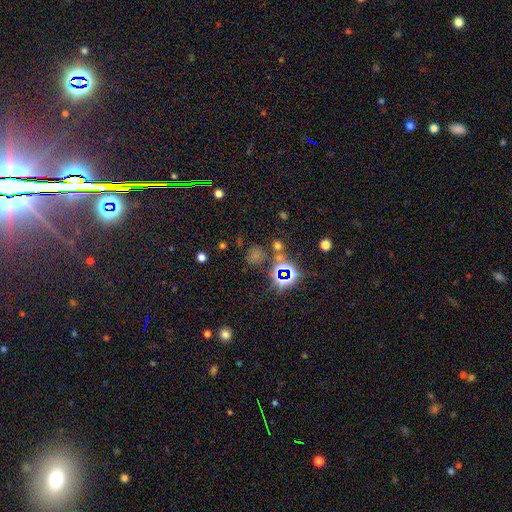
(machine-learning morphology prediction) star or artifact 53%, smooth 39%, featured or disk 8%.